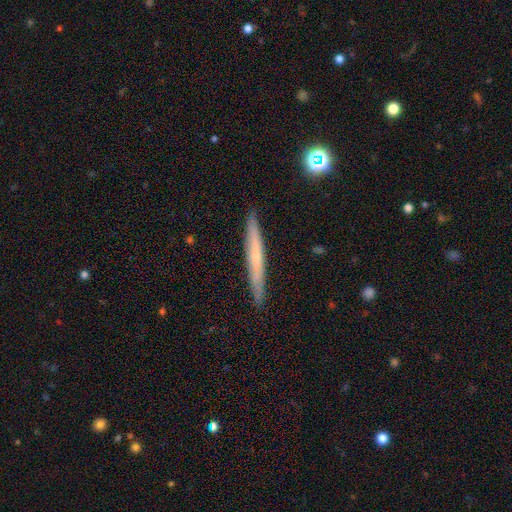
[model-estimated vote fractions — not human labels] The model was most divided on "smooth or featured": featured or disk: 52%, smooth: 42%, star or artifact: 7%. More confident: edge-on disk — yes (94%); merging — none (90%).